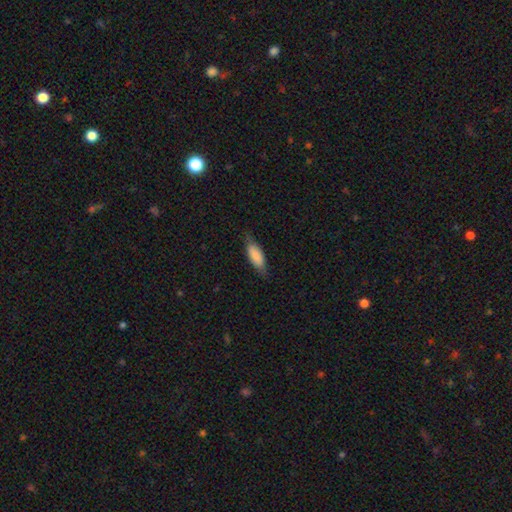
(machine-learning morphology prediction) Smooth or featured? smooth (82%)
How rounded? in between (69%)
Merging? none (73%)